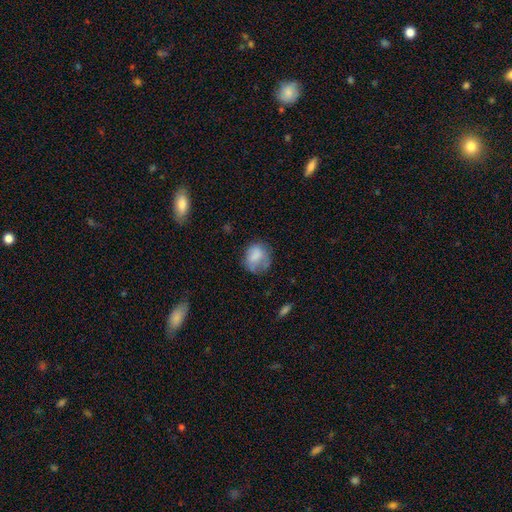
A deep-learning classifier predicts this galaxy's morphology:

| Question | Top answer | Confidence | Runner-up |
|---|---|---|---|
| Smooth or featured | smooth | 73% | featured or disk (18%) |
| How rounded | round | 63% | in between (36%) |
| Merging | none | 53% | minor disturbance (28%) |